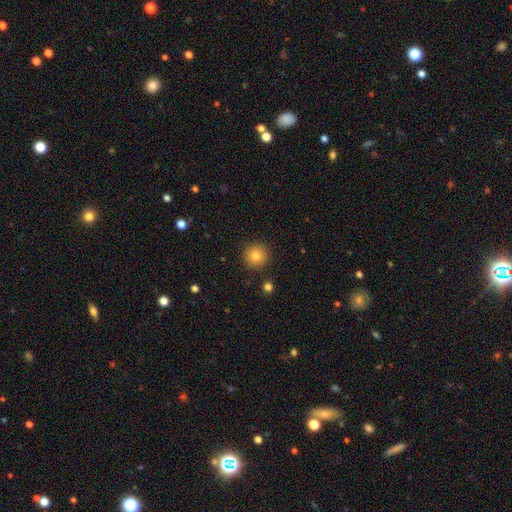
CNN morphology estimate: Smooth or featured: smooth — 82% (star or artifact — 11%)
How rounded: round — 95% (in between — 4%)
Merging: none — 91% (minor disturbance — 5%)